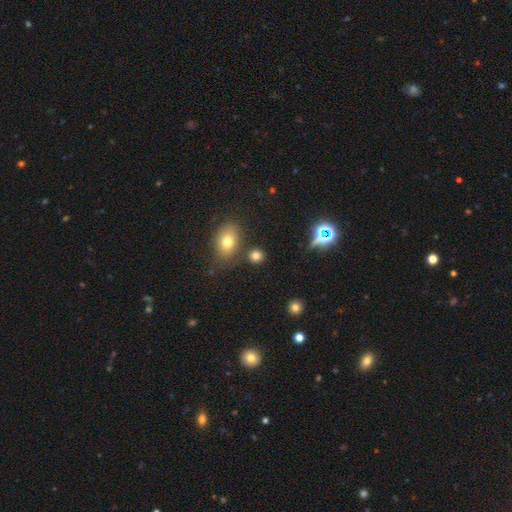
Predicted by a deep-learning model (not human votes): This is likely a smooth galaxy (74%). How rounded: likely round (72%). Merging: likely none (79%).